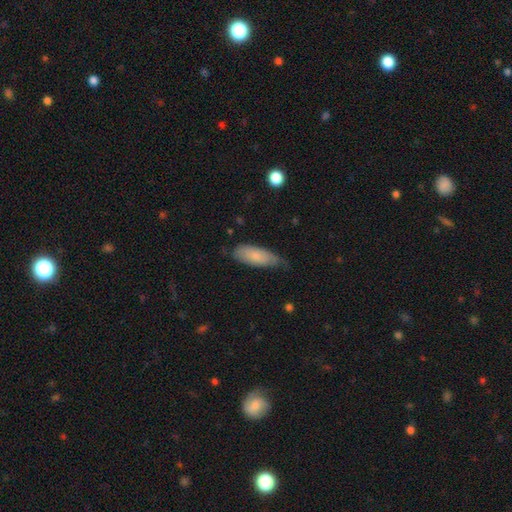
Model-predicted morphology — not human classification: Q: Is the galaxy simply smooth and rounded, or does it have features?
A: smooth — 75%.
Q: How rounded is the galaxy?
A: in between — 71%.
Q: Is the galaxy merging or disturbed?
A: none — 55%.